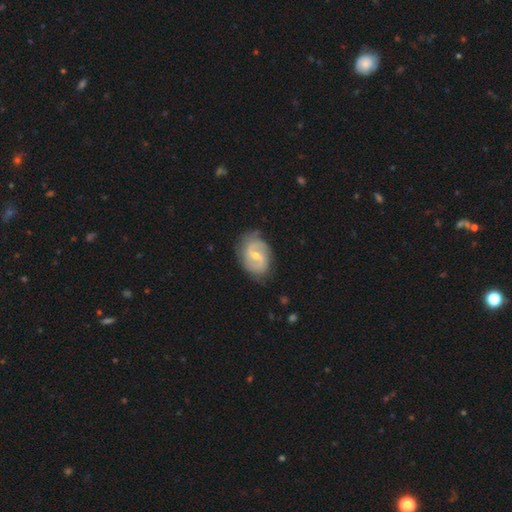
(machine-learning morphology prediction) Smooth or featured: featured or disk — 83% (smooth — 12%)
Edge-on disk: no — 98% (yes — 2%)
Bar: weak — 58% (strong — 21%)
Spiral arms: yes — 94% (no — 6%)
Spiral winding: medium — 50% (loose — 26%)
Spiral arm count: 2 — 88% (can't tell — 6%)
Bulge size: small — 51% (moderate — 45%)
Merging: none — 77% (minor disturbance — 17%)